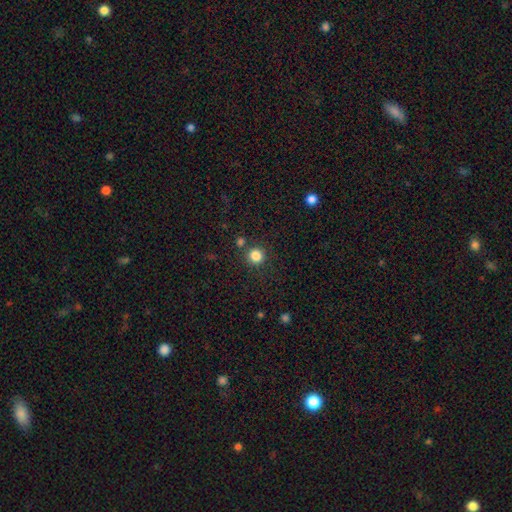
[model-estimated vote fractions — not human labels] A smooth galaxy with no disk features (84%) that is round (93%).

Vote fractions:
- Smooth or featured? smooth: 84% / star or artifact: 12% / featured or disk: 4%
- How rounded? round: 93% / in between: 7% / cigar-shaped: 1%
- Merging? none: 83% / minor disturbance: 7% / merger: 7% / major disturbance: 3%